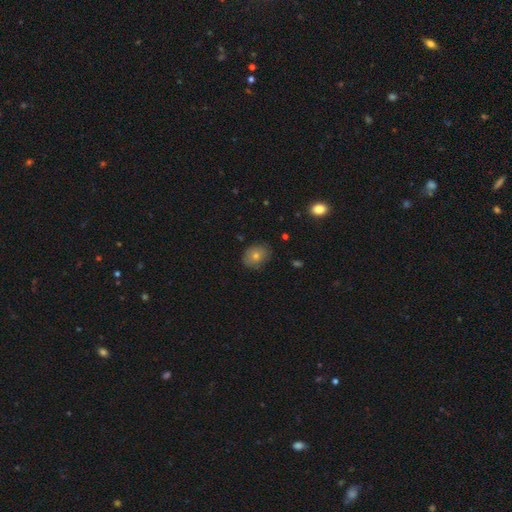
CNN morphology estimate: type=smooth (67%); roundness=in between (57%); merging=none (82%).